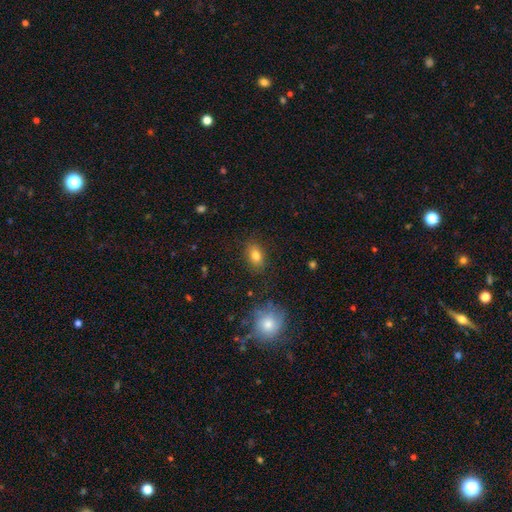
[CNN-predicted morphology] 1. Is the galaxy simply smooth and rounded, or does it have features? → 80% smooth, 11% star or artifact, 9% featured or disk.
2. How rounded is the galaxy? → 80% in between, 17% round, 2% cigar-shaped.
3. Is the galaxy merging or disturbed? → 83% none, 12% minor disturbance, 3% major disturbance, 2% merger.